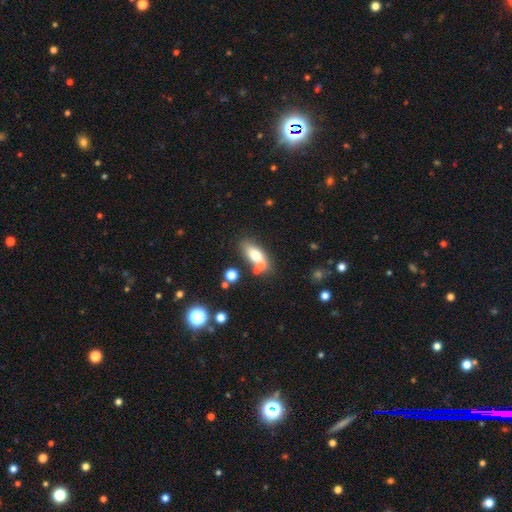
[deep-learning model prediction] Smooth or featured: smooth — 69% (featured or disk — 21%)
How rounded: in between — 76% (cigar-shaped — 15%)
Merging: none — 53% (merger — 29%)